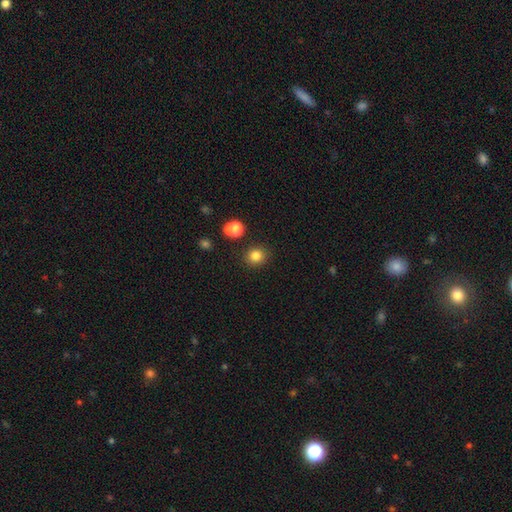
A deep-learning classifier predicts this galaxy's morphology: Q: Smooth or featured?
A: smooth (82%); runner-up: star or artifact (13%)
Q: How rounded?
A: round (83%); runner-up: in between (17%)
Q: Merging?
A: none (86%); runner-up: minor disturbance (7%)